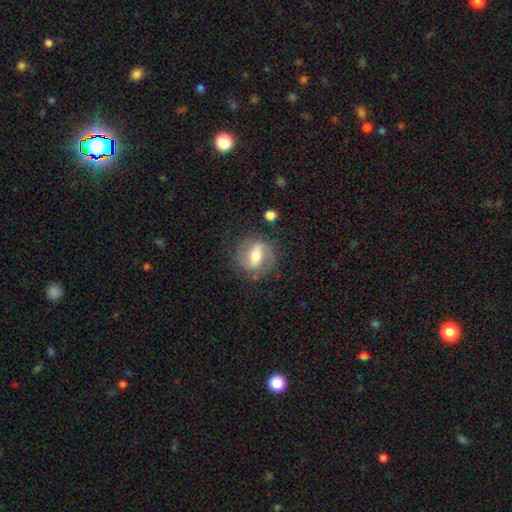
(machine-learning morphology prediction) Overall: featured or disk (67%). Edge-on disk: no (93%). Bar: strong (49%; weak 35%). Spiral arms: yes (77%). Bulge size: moderate (65%). Merging: none (76%).